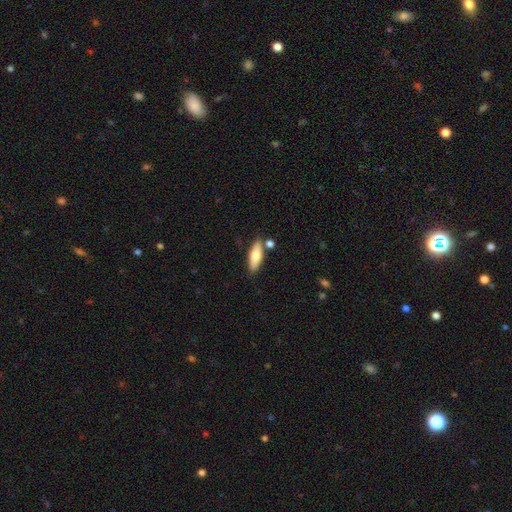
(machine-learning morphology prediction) type=smooth (69%); roundness=in between (60%); merging=none (77%).